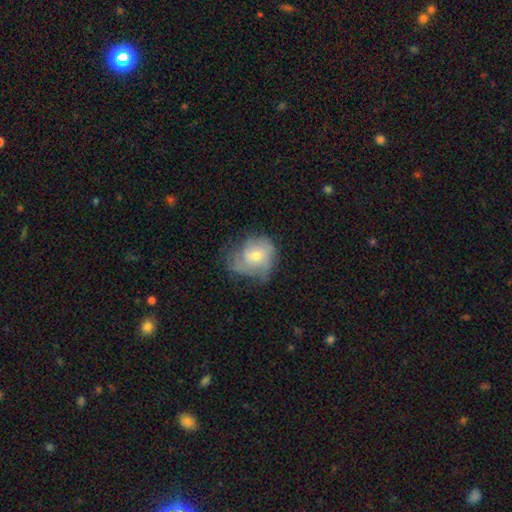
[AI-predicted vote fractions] The model was most divided on "smooth or featured": featured or disk: 49%, smooth: 43%, star or artifact: 8%. Remaining: merging — none (44%).